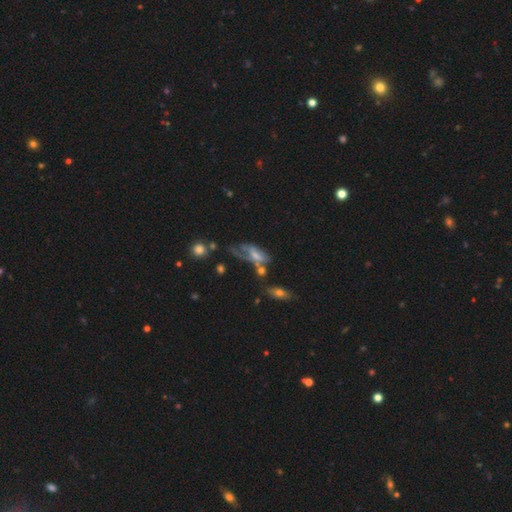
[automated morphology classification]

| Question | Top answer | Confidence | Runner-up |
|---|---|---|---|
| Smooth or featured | featured or disk | 47% | smooth (42%) |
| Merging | major disturbance | 40% | none (21%) |